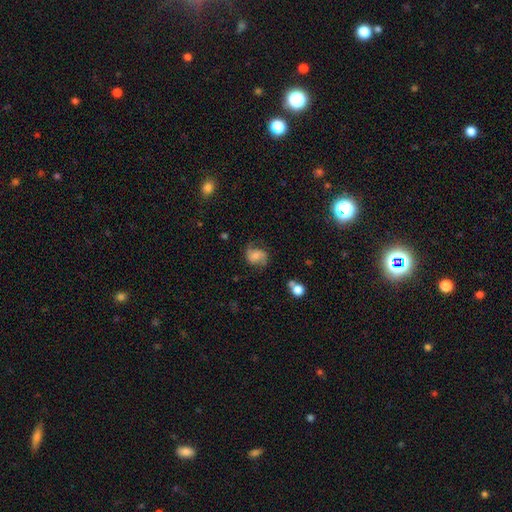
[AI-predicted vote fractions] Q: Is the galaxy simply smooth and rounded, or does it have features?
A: featured or disk — 52%.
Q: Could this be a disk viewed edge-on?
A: no — 97%.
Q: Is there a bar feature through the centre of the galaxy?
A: no — 57%.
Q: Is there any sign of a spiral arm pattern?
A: yes — 89%.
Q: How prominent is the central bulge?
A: small — 42%.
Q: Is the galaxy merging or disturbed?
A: none — 65%.